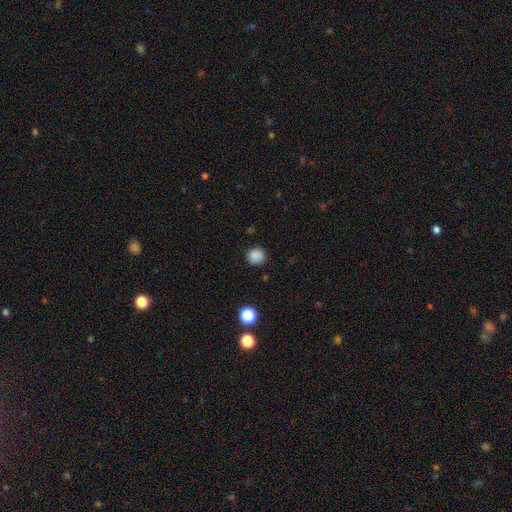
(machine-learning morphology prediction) type=smooth (86%); roundness=round (94%); merging=none (89%).